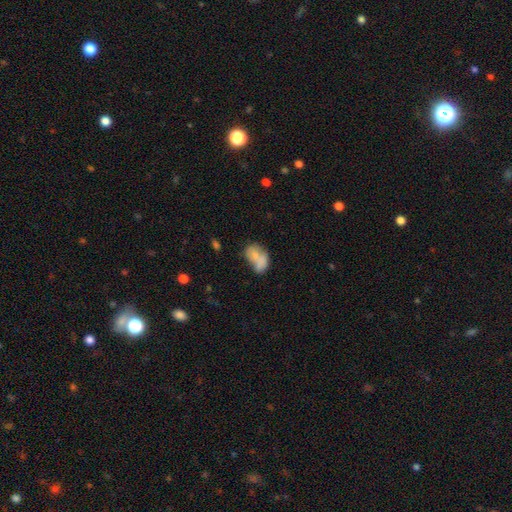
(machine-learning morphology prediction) Smooth or featured: smooth — 69% (featured or disk — 22%)
How rounded: in between — 81% (round — 18%)
Merging: merger — 50% (none — 25%)